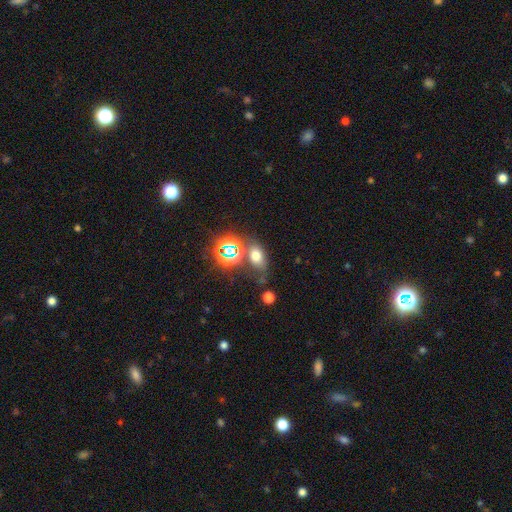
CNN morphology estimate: smooth 60%, star or artifact 28%, featured or disk 12%. Down the decision tree: how rounded — in between (76%); merging — none (61%).